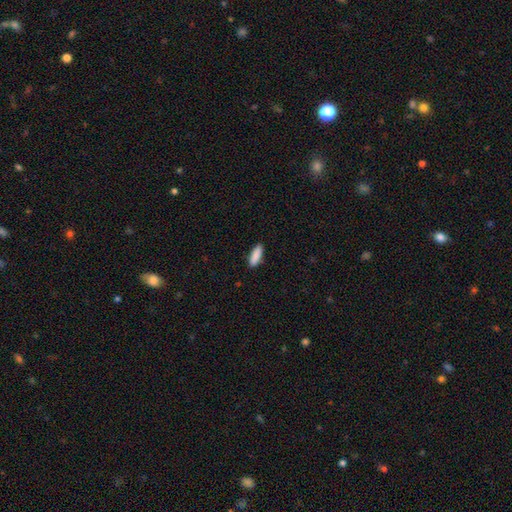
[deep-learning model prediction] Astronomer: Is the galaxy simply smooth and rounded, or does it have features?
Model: smooth — 89%.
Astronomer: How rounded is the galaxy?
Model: in between — 52% (runner-up: cigar-shaped, 46%).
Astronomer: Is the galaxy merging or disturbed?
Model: none — 88%.